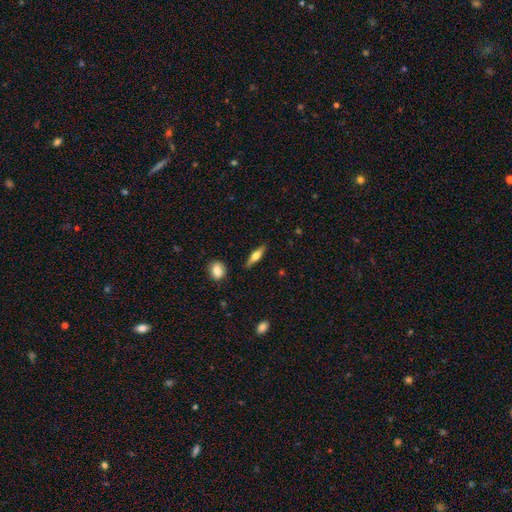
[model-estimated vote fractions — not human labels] Overall: smooth (52%; featured or disk 41%). How rounded: cigar-shaped (62%; in between 35%). Merging: none (87%).